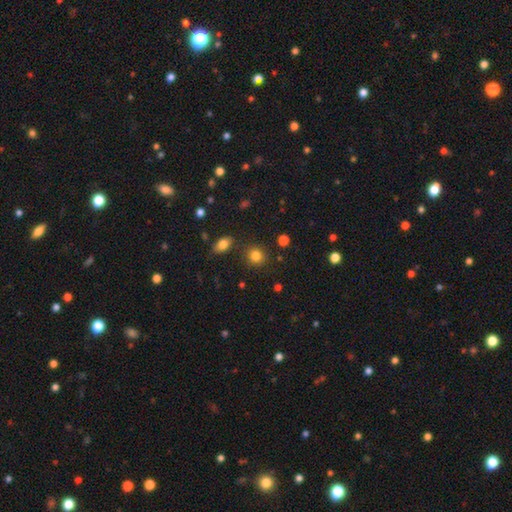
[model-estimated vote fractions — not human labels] This is clearly a smooth galaxy (83%). How rounded: likely round (80%). Merging: clearly none (83%).